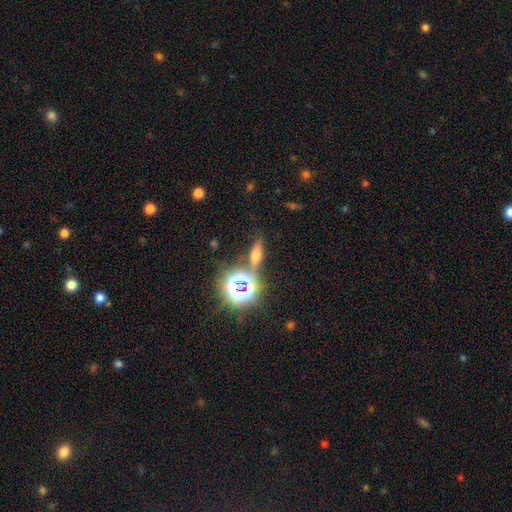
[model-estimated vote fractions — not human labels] Morphology: type=smooth (40%); merging=none (74%).